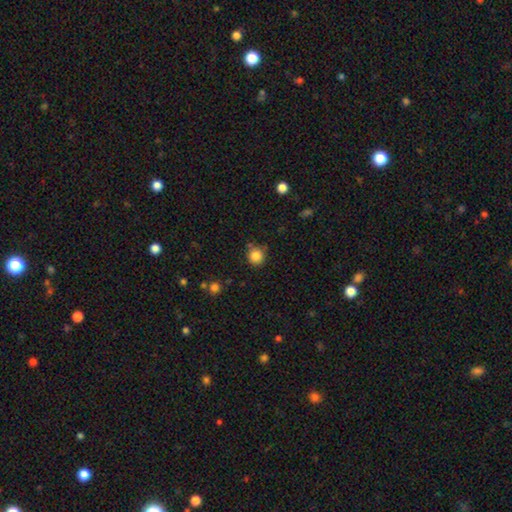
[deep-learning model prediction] Overall: smooth (85%). How rounded: round (91%). Merging: none (77%).